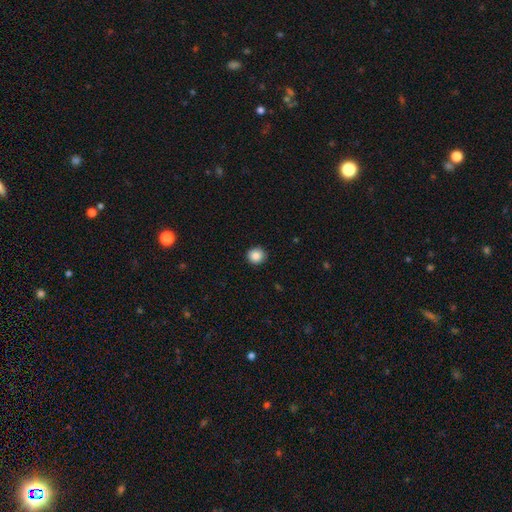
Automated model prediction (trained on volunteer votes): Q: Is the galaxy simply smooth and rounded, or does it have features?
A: smooth — 88%.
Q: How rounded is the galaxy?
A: round — 92%.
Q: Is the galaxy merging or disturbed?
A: none — 91%.